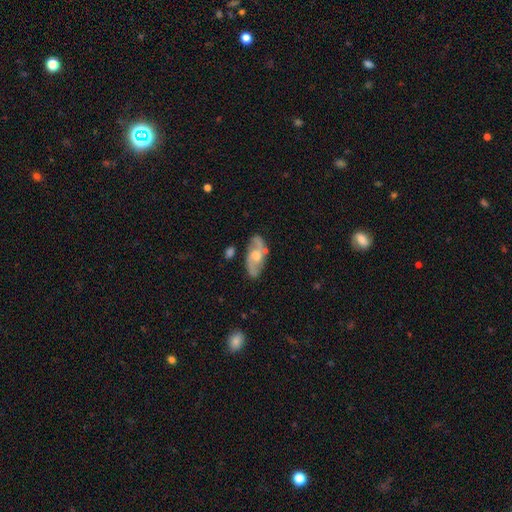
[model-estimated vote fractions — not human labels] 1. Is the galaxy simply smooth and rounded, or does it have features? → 72% featured or disk, 22% smooth, 6% star or artifact.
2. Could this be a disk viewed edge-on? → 88% no, 12% yes.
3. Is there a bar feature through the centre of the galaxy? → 64% no, 30% weak, 6% strong.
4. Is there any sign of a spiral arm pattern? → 84% yes, 16% no.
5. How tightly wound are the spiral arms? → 47% medium, 29% loose, 24% tight.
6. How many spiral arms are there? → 81% 2, 12% can't tell, 3% 3, 2% 1, 1% 4, 1% more than 4.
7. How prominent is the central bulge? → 65% moderate, 20% small, 10% large, 3% none, 1% dominant.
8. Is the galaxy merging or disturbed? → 77% none, 16% minor disturbance, 4% major disturbance, 3% merger.